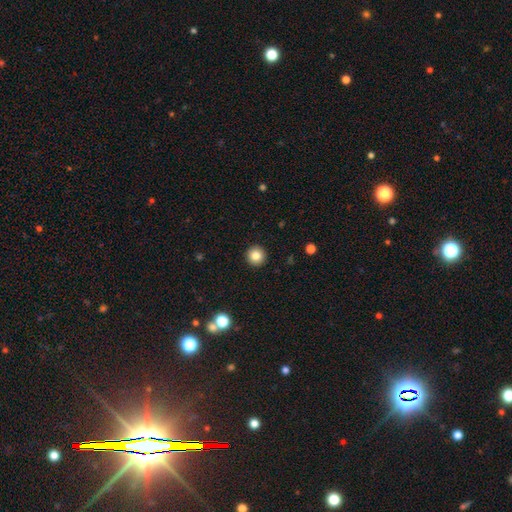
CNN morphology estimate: A smooth galaxy with no disk features (84%) that is round (96%). Merging: none (94%).